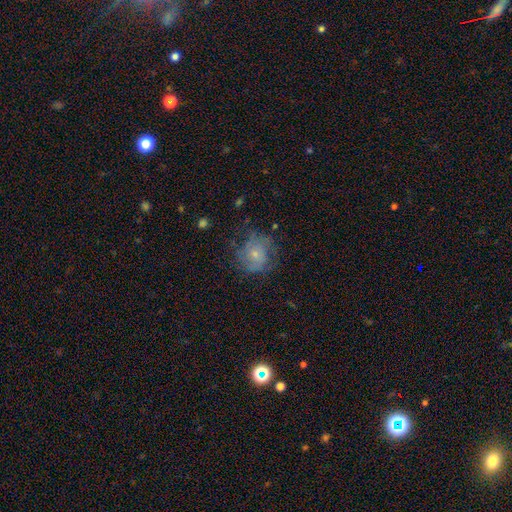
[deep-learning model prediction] Morphology: type=smooth (53%); roundness=round (79%); merging=none (58%).